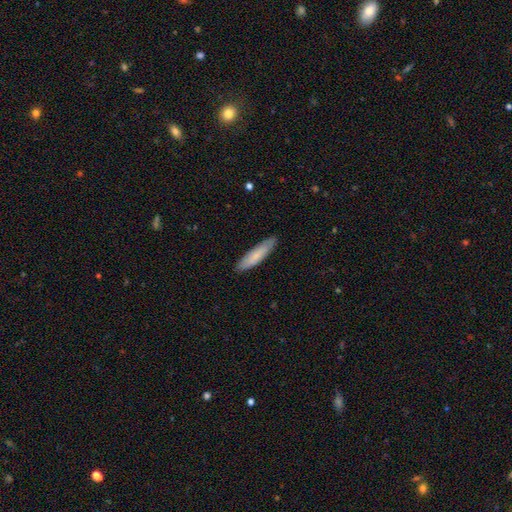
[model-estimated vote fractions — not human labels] Morphology: type=smooth (74%); roundness=cigar-shaped (80%); merging=none (88%).